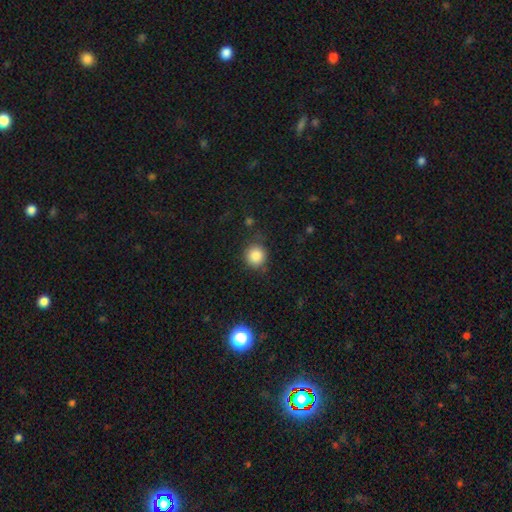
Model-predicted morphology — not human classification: A smooth galaxy with no disk features (85%) that is round (90%).

Vote fractions:
- Smooth or featured? smooth: 85% / star or artifact: 10% / featured or disk: 4%
- How rounded? round: 90% / in between: 9% / cigar-shaped: 1%
- Merging? none: 82% / minor disturbance: 12% / major disturbance: 4% / merger: 2%